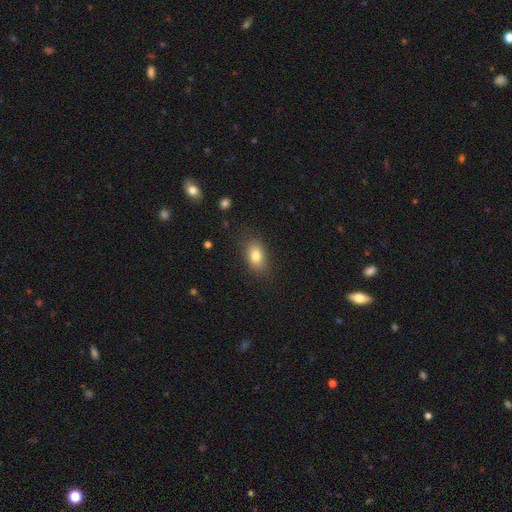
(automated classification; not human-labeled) Q: Smooth or featured?
A: smooth (80%); runner-up: featured or disk (10%)
Q: How rounded?
A: in between (83%); runner-up: round (15%)
Q: Merging?
A: none (82%); runner-up: minor disturbance (13%)